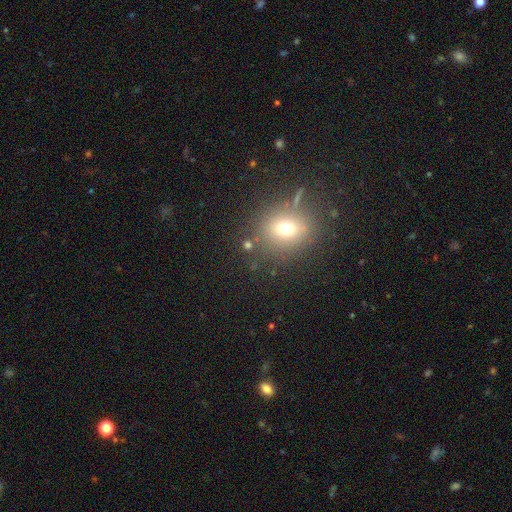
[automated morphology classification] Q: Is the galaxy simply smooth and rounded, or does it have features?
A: smooth — 58%.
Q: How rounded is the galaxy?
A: round — 62%.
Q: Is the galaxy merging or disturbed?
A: none — 81%.